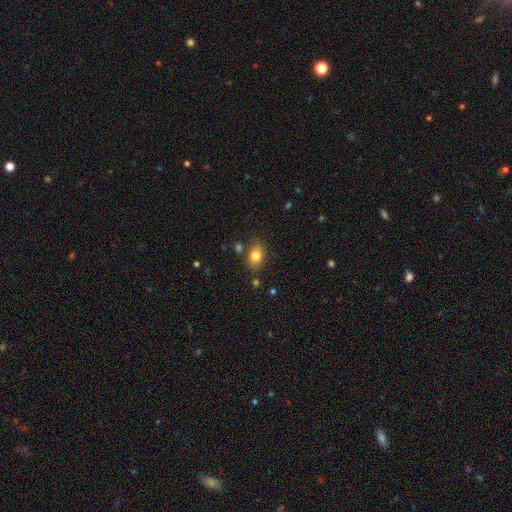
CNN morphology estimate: smooth_or_featured: smooth (p=0.81) [alt: star or artifact p=0.10]
how_rounded: in between (p=0.72) [alt: round p=0.27]
merging: none (p=0.78) [alt: minor disturbance p=0.13]